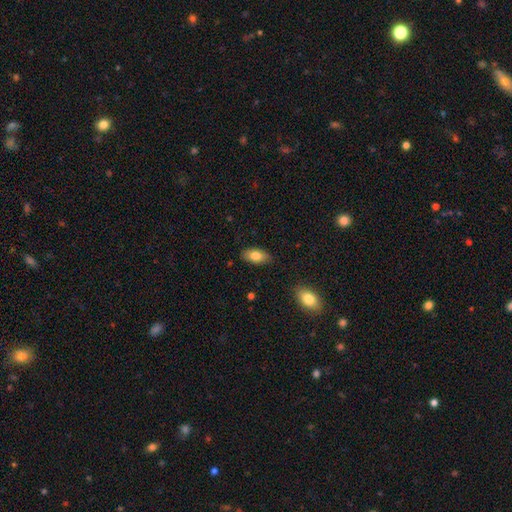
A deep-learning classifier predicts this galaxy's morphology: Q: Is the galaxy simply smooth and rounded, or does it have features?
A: smooth — 80%.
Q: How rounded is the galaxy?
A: in between — 91%.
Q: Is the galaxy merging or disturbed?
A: none — 86%.